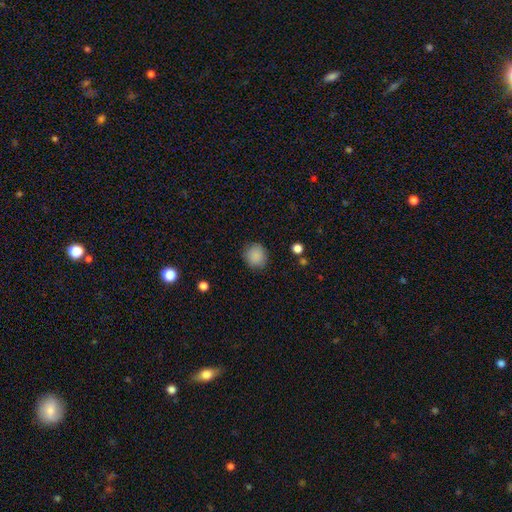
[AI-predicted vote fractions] A smooth galaxy with no disk features (88%) that is round (87%). Merging: none (87%).